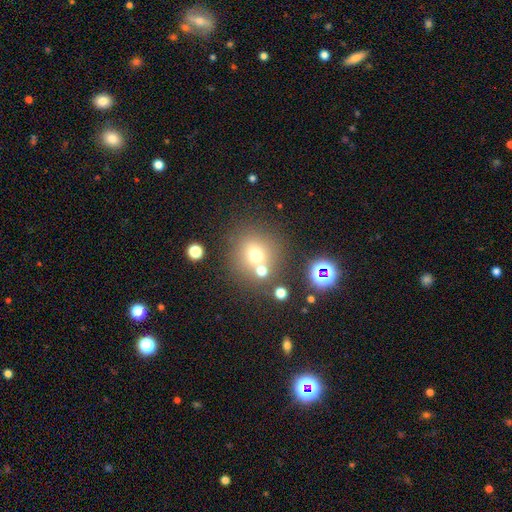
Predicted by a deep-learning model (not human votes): smooth 67%, star or artifact 20%, featured or disk 13%. Down the decision tree: how rounded — round (88%); merging — none (66%).